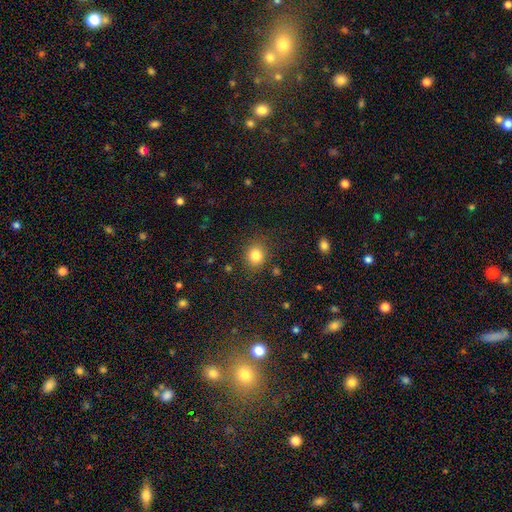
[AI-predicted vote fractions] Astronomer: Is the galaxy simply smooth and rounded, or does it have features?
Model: smooth — 82%.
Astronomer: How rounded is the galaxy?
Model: round — 79%.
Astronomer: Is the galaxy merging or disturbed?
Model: none — 85%.